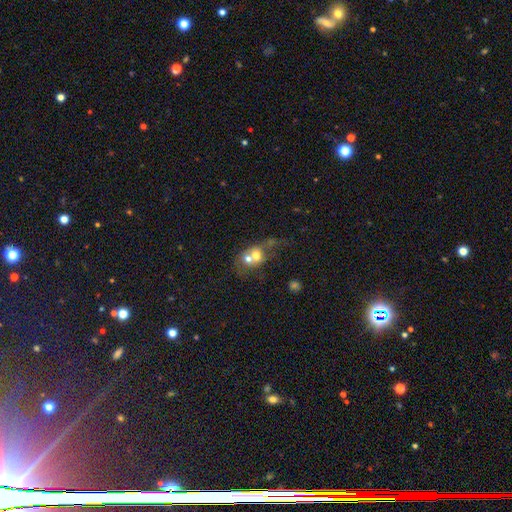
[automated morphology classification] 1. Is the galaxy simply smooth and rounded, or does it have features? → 62% smooth, 26% featured or disk, 12% star or artifact.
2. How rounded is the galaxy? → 63% round, 36% in between, 1% cigar-shaped.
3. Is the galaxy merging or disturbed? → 66% merger, 20% none, 7% minor disturbance, 6% major disturbance.